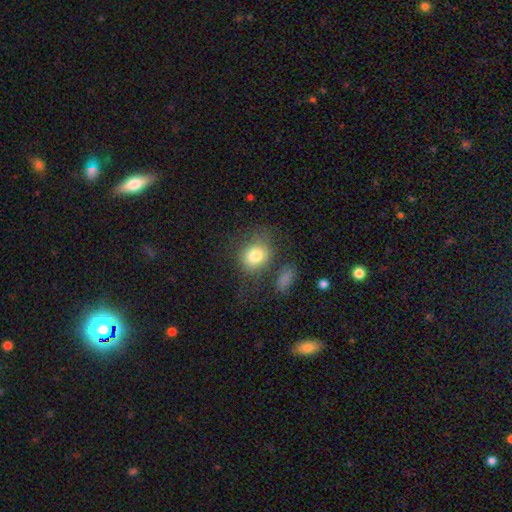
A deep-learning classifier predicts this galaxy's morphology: smooth_or_featured: smooth (p=0.79) [alt: featured or disk p=0.11]
how_rounded: round (p=0.58) [alt: in between p=0.41]
merging: none (p=0.59) [alt: minor disturbance p=0.20]